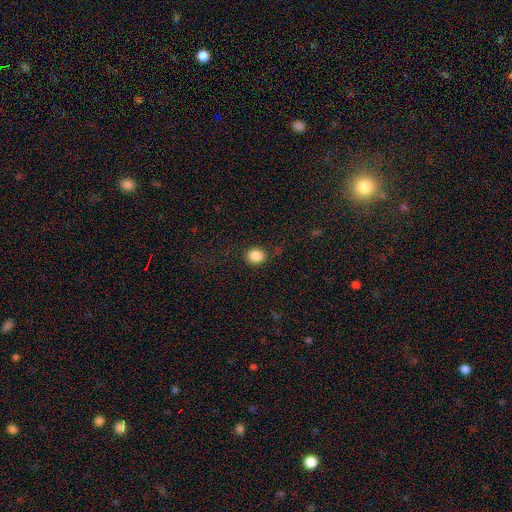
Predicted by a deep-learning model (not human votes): Overall: smooth (87%). How rounded: round (70%). Merging: none (83%).